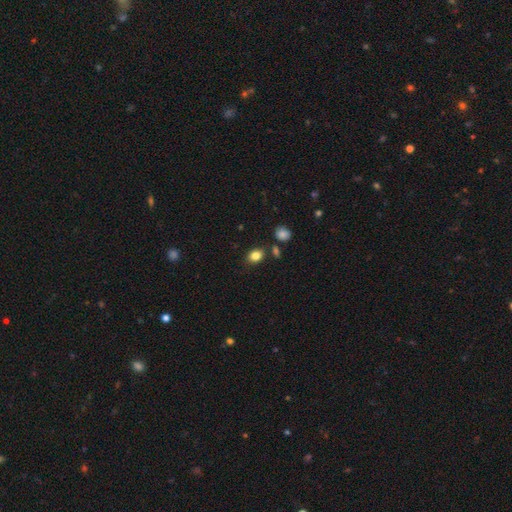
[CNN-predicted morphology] The model was most divided on "how rounded": in between: 62%, round: 37%, cigar-shaped: 1%. More confident: smooth or featured — smooth (84%); merging — none (78%).